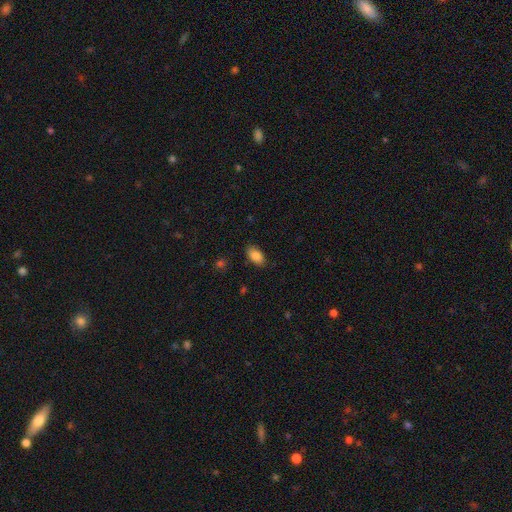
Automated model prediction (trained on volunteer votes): Q: Smooth or featured?
A: smooth (87%); runner-up: star or artifact (8%)
Q: How rounded?
A: in between (93%); runner-up: round (5%)
Q: Merging?
A: none (86%); runner-up: minor disturbance (10%)